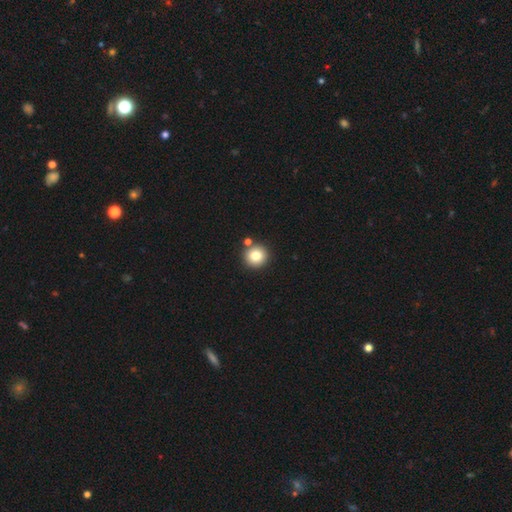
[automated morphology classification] A smooth galaxy with no disk features (81%) that is round (94%).

Vote fractions:
- Smooth or featured? smooth: 81% / star or artifact: 11% / featured or disk: 8%
- How rounded? round: 94% / in between: 5% / cigar-shaped: 1%
- Merging? none: 83% / merger: 9% / minor disturbance: 6% / major disturbance: 2%